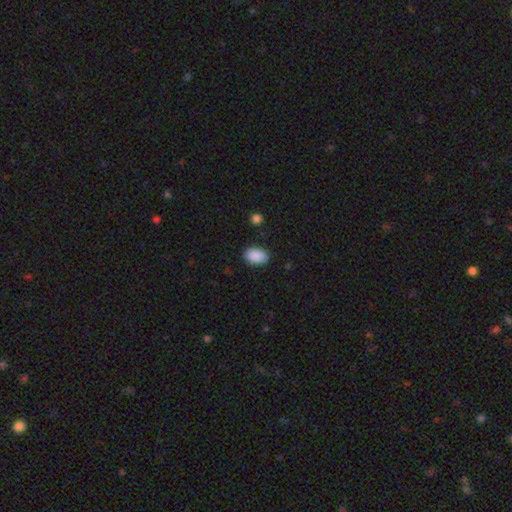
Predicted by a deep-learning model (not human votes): smooth-or-featured: smooth: 90% | star or artifact: 7% | featured or disk: 3%
  how-rounded: in between: 89% | round: 10% | cigar-shaped: 1%
  merging: none: 87% | minor disturbance: 9% | major disturbance: 2% | merger: 1%